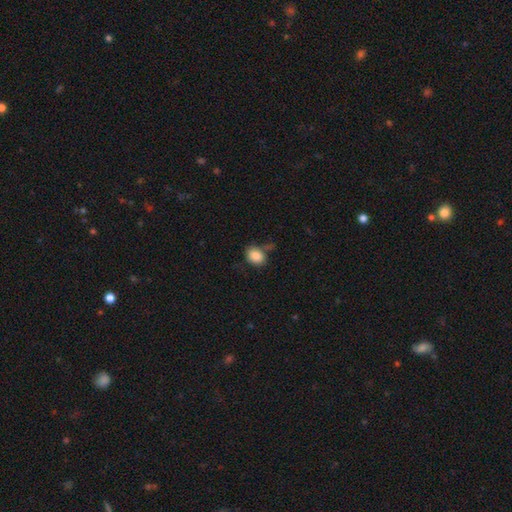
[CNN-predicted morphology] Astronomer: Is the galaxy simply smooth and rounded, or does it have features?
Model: smooth — 87%.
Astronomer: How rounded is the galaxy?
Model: in between — 60% (runner-up: round, 39%).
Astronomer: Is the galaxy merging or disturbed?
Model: none — 65%.